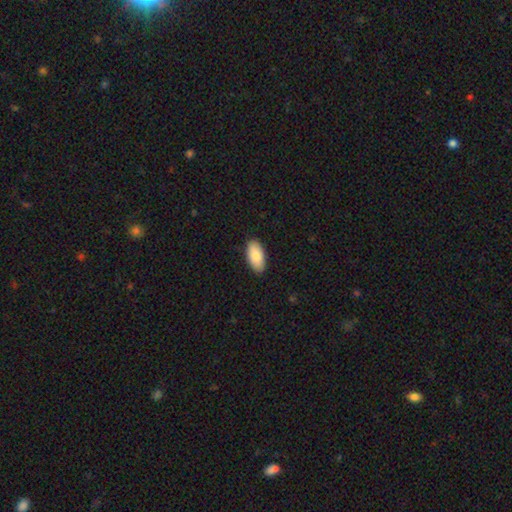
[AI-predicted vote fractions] smooth-or-featured: smooth: 88% | featured or disk: 7% | star or artifact: 6%
  how-rounded: in between: 94% | cigar-shaped: 4% | round: 2%
  merging: none: 89% | minor disturbance: 9% | major disturbance: 2% | merger: 1%